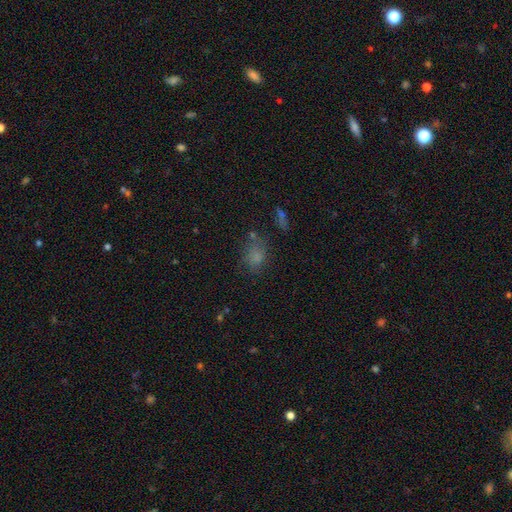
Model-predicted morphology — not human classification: smooth 72%, star or artifact 18%, featured or disk 10%. Down the decision tree: how rounded — in between (57%); merging — none (61%).